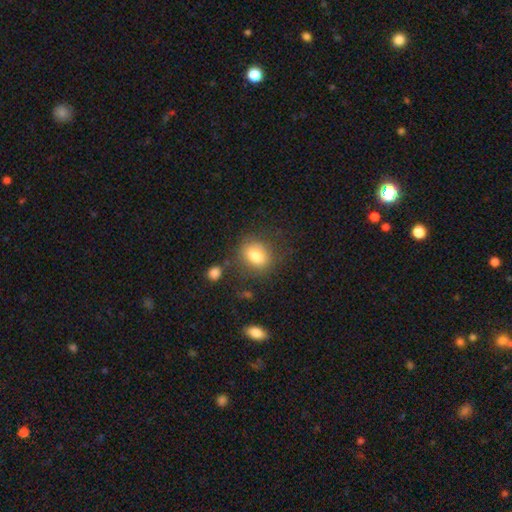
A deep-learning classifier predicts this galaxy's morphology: Smooth or featured?
  - smooth: 79% *
  - featured or disk: 12%
  - star or artifact: 9%
How rounded?
  - in between: 53% *
  - round: 45%
  - cigar-shaped: 1%
Merging?
  - none: 75% *
  - minor disturbance: 15%
  - major disturbance: 7%
  - merger: 4%